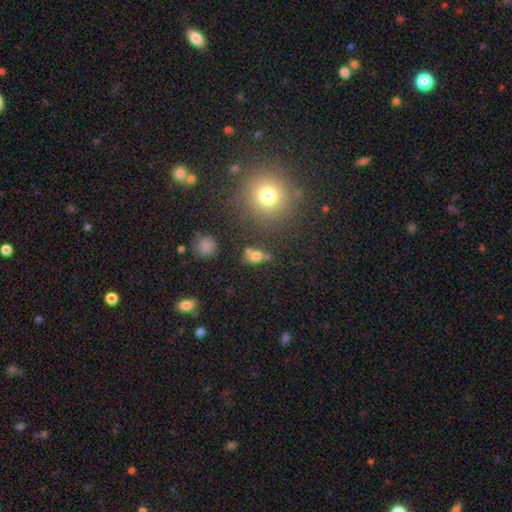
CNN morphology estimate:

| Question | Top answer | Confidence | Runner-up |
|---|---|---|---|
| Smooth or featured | smooth | 69% | star or artifact (18%) |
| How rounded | in between | 56% | round (41%) |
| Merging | none | 49% | merger (31%) |